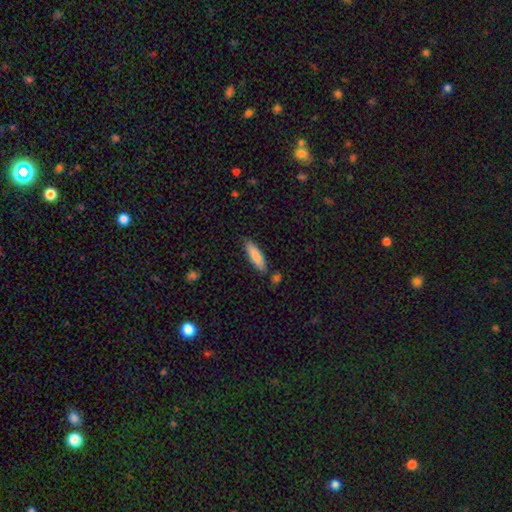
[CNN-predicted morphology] Smooth or featured? Predicted: smooth (p=0.83). How rounded? Predicted: cigar-shaped (p=0.65). Merging? Predicted: none (p=0.82).